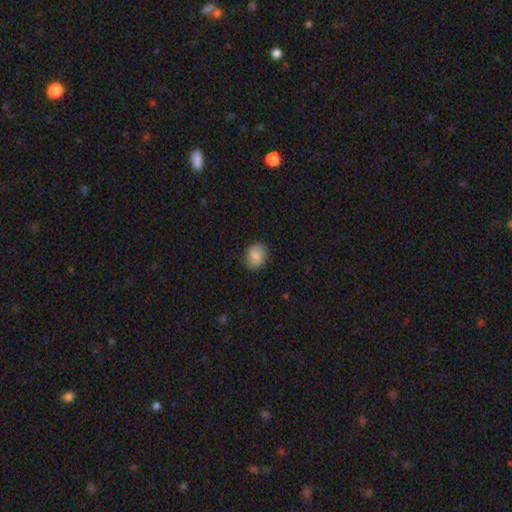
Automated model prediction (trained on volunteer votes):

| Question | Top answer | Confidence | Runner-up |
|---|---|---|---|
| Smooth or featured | smooth | 84% | featured or disk (9%) |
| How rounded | round | 52% | in between (47%) |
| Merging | none | 83% | minor disturbance (13%) |